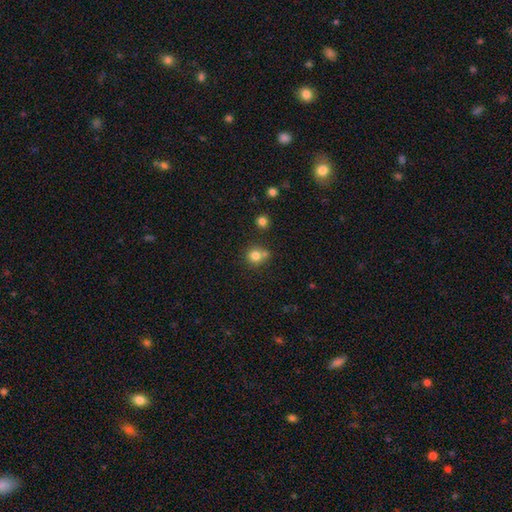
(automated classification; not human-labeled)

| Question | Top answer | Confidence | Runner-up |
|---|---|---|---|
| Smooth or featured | smooth | 79% | star or artifact (12%) |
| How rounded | round | 89% | in between (10%) |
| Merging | none | 62% | merger (25%) |